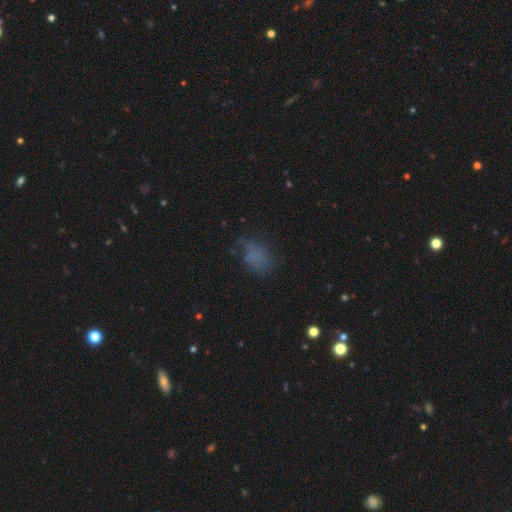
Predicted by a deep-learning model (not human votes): smooth_or_featured: smooth (p=0.62) [alt: star or artifact p=0.20]
how_rounded: in between (p=0.75) [alt: round p=0.23]
merging: none (p=0.50) [alt: minor disturbance p=0.26]